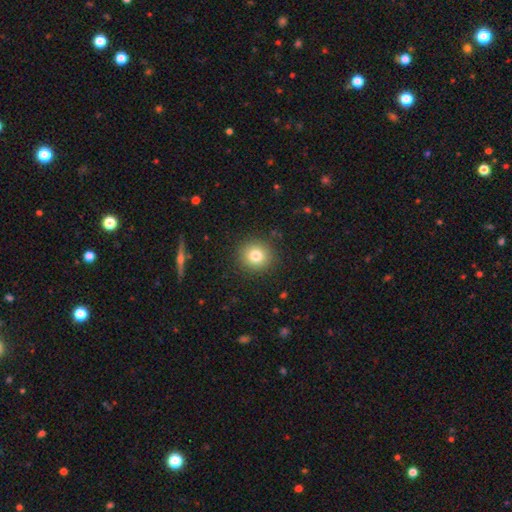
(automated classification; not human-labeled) smooth 80%, star or artifact 12%, featured or disk 9%. Down the decision tree: how rounded — round (92%); merging — none (90%).